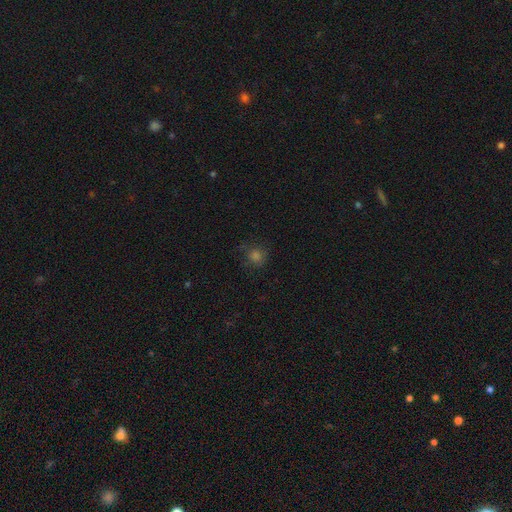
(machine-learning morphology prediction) smooth_or_featured: smooth (p=0.68) [alt: star or artifact p=0.24]
how_rounded: round (p=0.87) [alt: in between p=0.12]
merging: none (p=0.77) [alt: minor disturbance p=0.15]